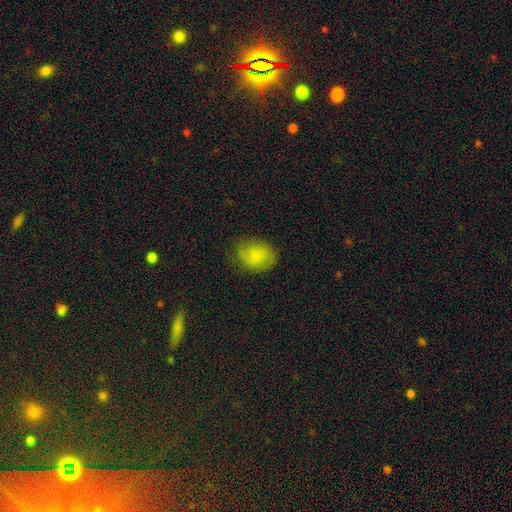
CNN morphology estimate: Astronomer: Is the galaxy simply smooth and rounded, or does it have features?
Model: smooth — 79%.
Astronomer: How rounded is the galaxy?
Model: in between — 52% (runner-up: round, 47%).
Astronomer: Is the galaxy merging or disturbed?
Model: none — 69%.